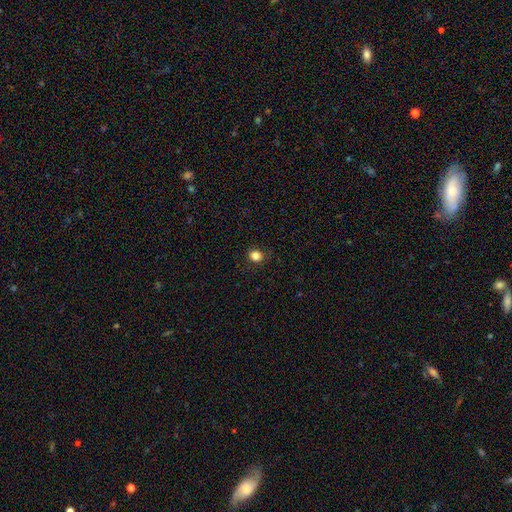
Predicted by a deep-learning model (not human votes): Smooth or featured: smooth — 83% (star or artifact — 12%)
How rounded: round — 78% (in between — 21%)
Merging: none — 89% (minor disturbance — 8%)